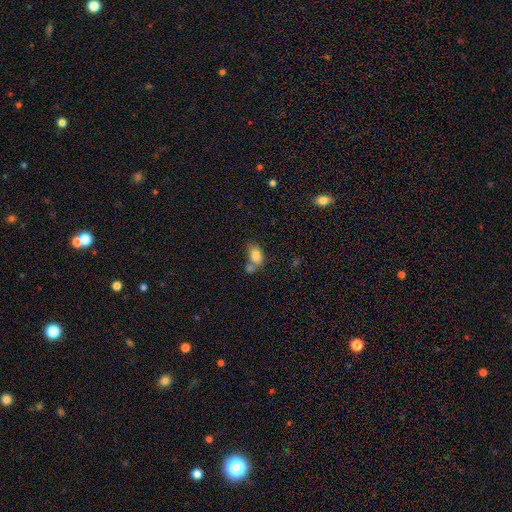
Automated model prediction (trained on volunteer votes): A smooth galaxy with no disk features (76%) that is in between round and cigar-shaped (75%). Merging: merger (46%).